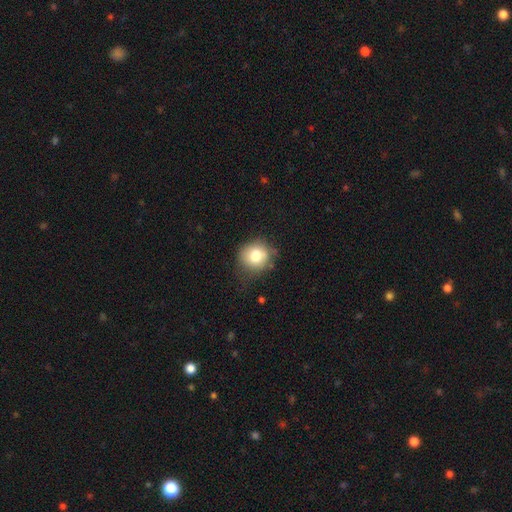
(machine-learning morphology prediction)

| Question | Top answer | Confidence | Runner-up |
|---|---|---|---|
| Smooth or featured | smooth | 76% | featured or disk (14%) |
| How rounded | round | 87% | in between (12%) |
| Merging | none | 74% | minor disturbance (18%) |